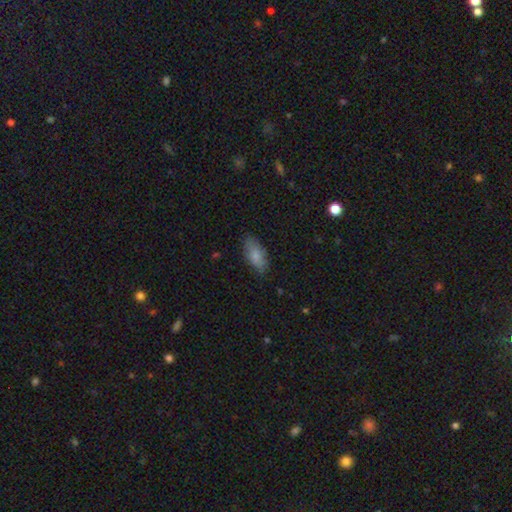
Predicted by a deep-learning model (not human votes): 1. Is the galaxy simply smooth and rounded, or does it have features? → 82% smooth, 11% featured or disk, 6% star or artifact.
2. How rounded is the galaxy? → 87% in between, 11% cigar-shaped, 2% round.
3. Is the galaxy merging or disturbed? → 76% none, 19% minor disturbance, 4% major disturbance, 1% merger.